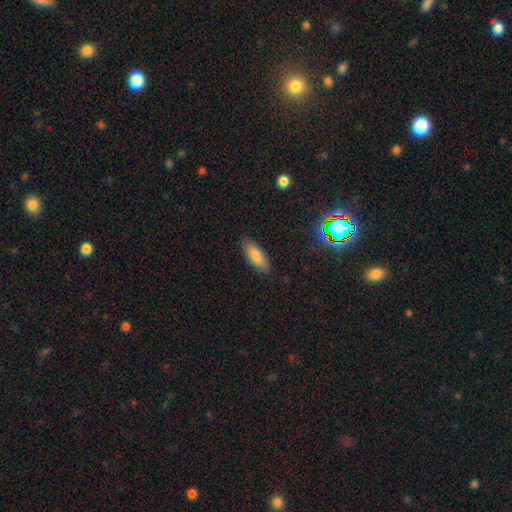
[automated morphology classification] Smooth or featured? smooth (81%)
How rounded? in between (71%)
Merging? none (87%)